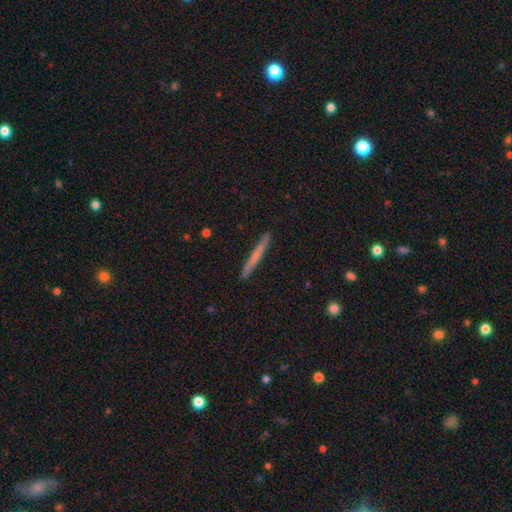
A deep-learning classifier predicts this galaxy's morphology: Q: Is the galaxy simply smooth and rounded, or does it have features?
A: smooth — 57%.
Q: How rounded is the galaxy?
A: cigar-shaped — 97%.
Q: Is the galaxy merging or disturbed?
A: none — 92%.